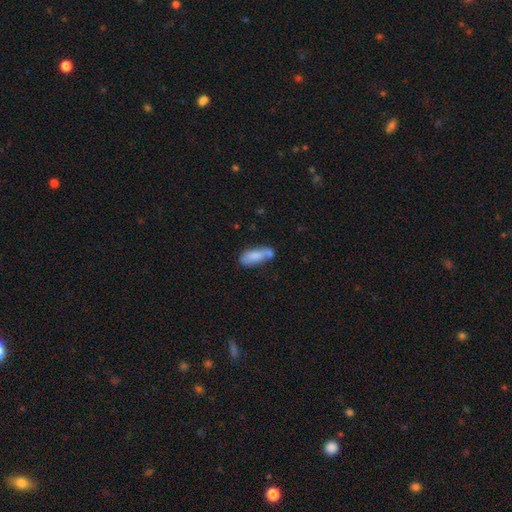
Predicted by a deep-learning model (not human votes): Overall: smooth (78%). How rounded: in between (70%). Merging: none (42%; merger 28%).